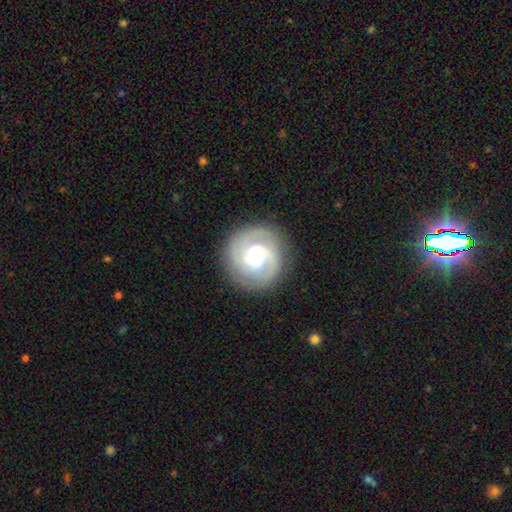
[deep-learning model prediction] featured or disk 82%, smooth 13%, star or artifact 5%. Down the decision tree: edge-on disk — no (98%); bar — no (54%); spiral arms — yes (96%); spiral arm count — 2 (58%); spiral winding — tight (60%); bulge size — moderate (61%); merging — none (87%).